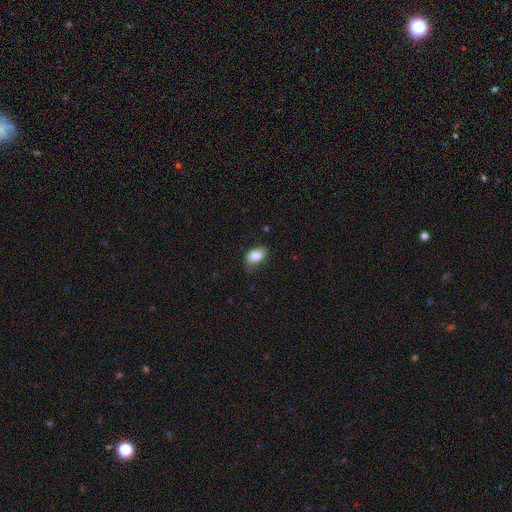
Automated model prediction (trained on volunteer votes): Morphology: type=smooth (81%); roundness=in between (87%); merging=none (67%).